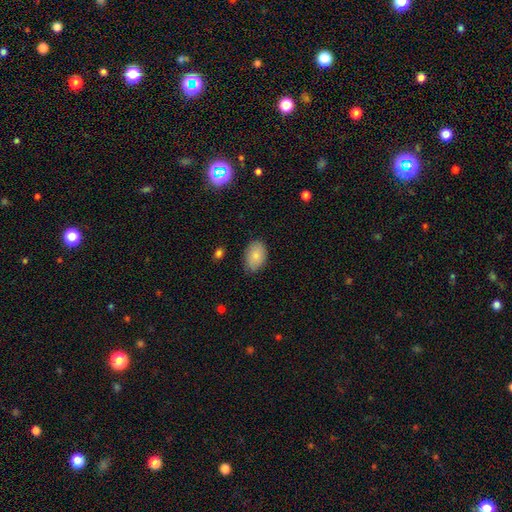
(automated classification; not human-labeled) smooth-or-featured: smooth: 85% | featured or disk: 8% | star or artifact: 7%
  how-rounded: in between: 87% | round: 12% | cigar-shaped: 1%
  merging: none: 80% | minor disturbance: 16% | major disturbance: 3% | merger: 1%